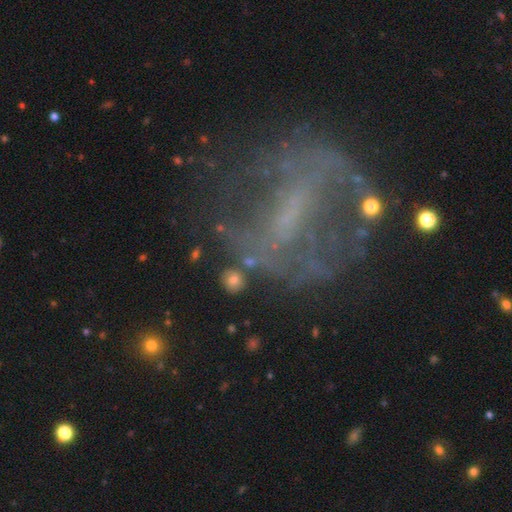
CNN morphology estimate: This appears to be a featured or disk galaxy (72%) with a weak bar (39%), spiral arms (57%) and no central bulge (49%). Merging: none (57%).